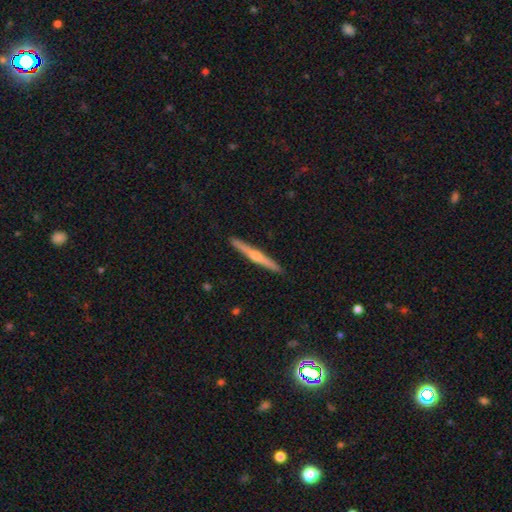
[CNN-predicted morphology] This is likely a featured or disk galaxy (72%). It is clearly viewed edge-on (98%). Edge-on bulge: clearly rounded (84%). Merging: clearly none (91%).